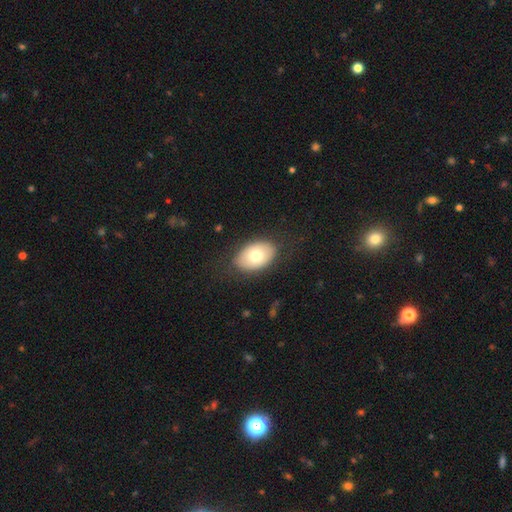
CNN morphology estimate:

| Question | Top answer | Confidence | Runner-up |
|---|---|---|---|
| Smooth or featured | smooth | 71% | featured or disk (23%) |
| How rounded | in between | 88% | round (11%) |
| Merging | none | 82% | minor disturbance (13%) |